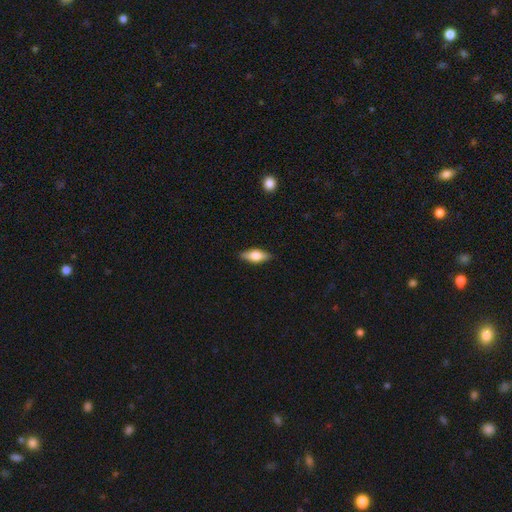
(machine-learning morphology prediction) Smooth or featured? smooth (55%)
How rounded? in between (71%)
Merging? none (87%)